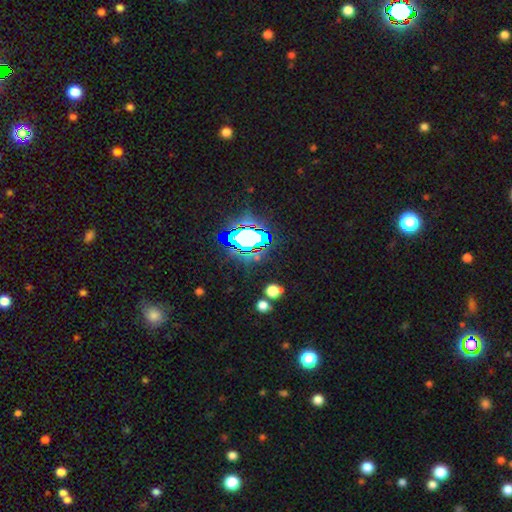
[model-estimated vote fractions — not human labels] This appears to be a star or artifact, not a galaxy (67%).